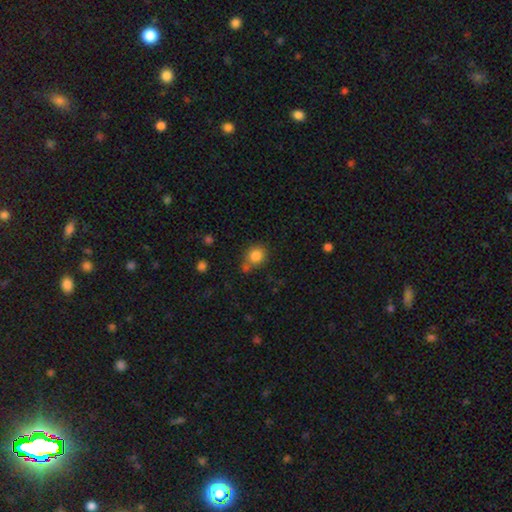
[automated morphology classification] smooth 83%, star or artifact 10%, featured or disk 6%. Down the decision tree: how rounded — round (81%); merging — none (65%).